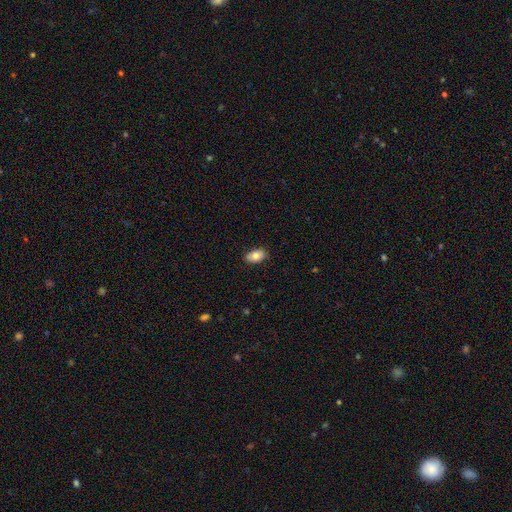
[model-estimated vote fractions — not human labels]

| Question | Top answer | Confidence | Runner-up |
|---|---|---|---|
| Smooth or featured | smooth | 80% | featured or disk (13%) |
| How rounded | in between | 90% | round (8%) |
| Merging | none | 83% | minor disturbance (14%) |